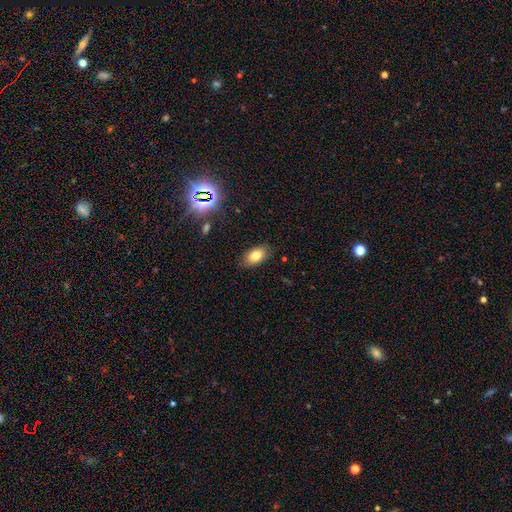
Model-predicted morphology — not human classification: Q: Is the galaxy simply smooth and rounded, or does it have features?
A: smooth — 79%.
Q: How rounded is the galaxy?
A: in between — 91%.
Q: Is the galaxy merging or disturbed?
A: none — 85%.